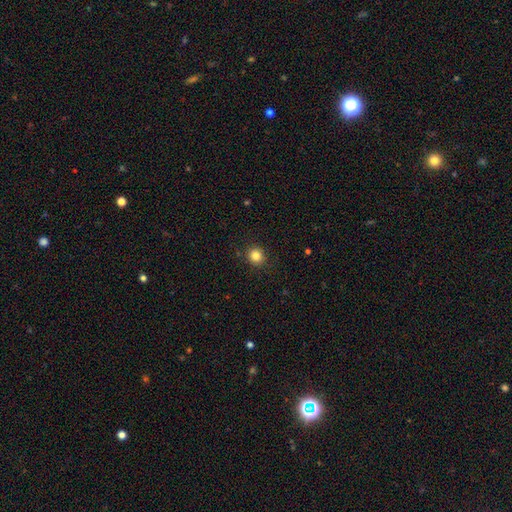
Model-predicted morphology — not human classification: The model was most divided on "smooth or featured": smooth: 84%, star or artifact: 11%, featured or disk: 5%. More confident: merging — none (90%); how rounded — round (90%).